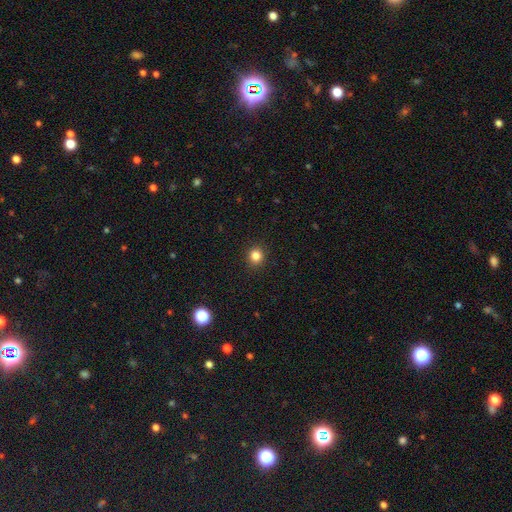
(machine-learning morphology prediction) Smooth or featured? Predicted: smooth (p=0.83). How rounded? Predicted: round (p=0.89). Merging? Predicted: none (p=0.92).